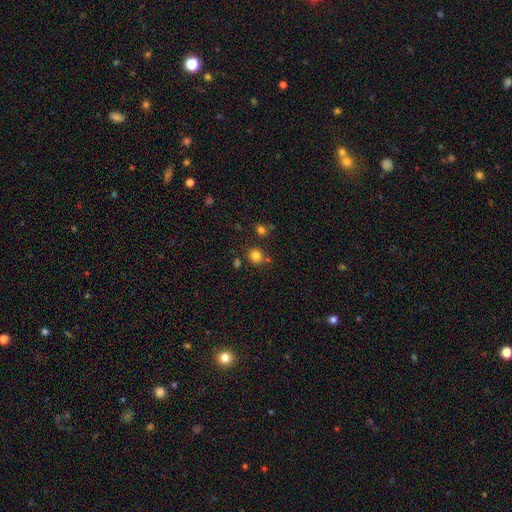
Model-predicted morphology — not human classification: A smooth galaxy with no disk features (81%) that is round (88%).

Vote fractions:
- Smooth or featured? smooth: 81% / star or artifact: 14% / featured or disk: 5%
- How rounded? round: 88% / in between: 11% / cigar-shaped: 1%
- Merging? none: 81% / minor disturbance: 9% / merger: 7% / major disturbance: 3%